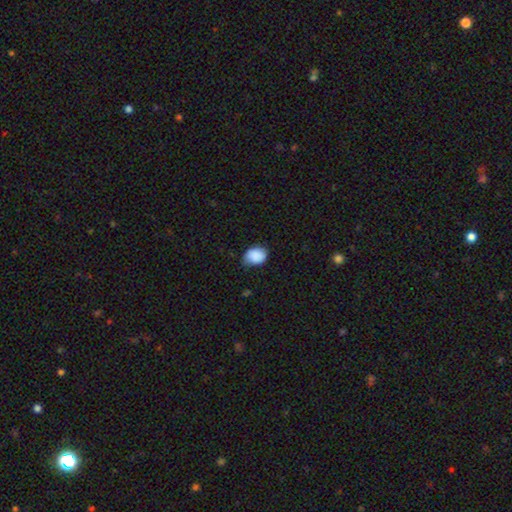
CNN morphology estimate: smooth 88%, star or artifact 7%, featured or disk 5%. Down the decision tree: how rounded — in between (62%); merging — none (63%).